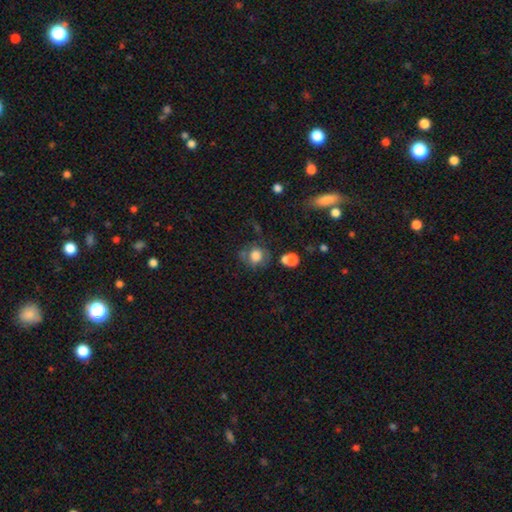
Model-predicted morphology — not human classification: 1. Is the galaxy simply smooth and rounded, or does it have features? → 74% smooth, 15% featured or disk, 11% star or artifact.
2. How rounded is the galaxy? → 78% round, 21% in between, 1% cigar-shaped.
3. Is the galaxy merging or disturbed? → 59% none, 19% minor disturbance, 12% merger, 10% major disturbance.